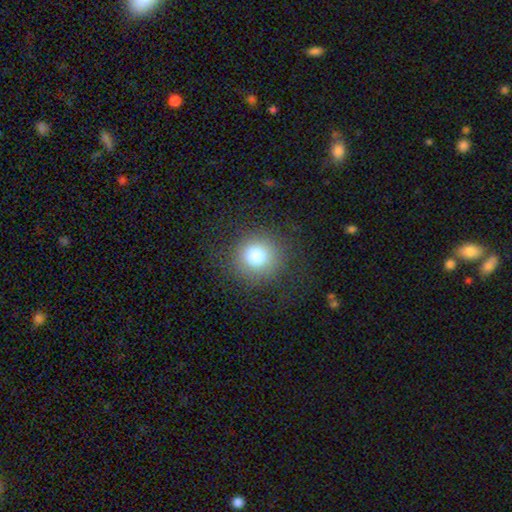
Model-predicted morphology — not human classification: Smooth or featured? smooth (78%)
How rounded? round (92%)
Merging? none (83%)